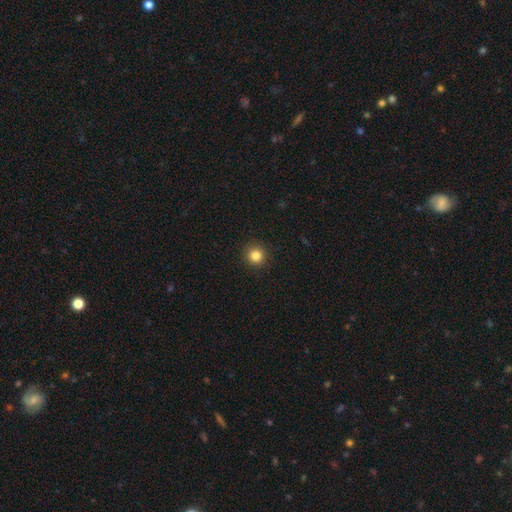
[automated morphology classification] Smooth or featured? Predicted: smooth (p=0.84). How rounded? Predicted: round (p=0.94). Merging? Predicted: none (p=0.91).